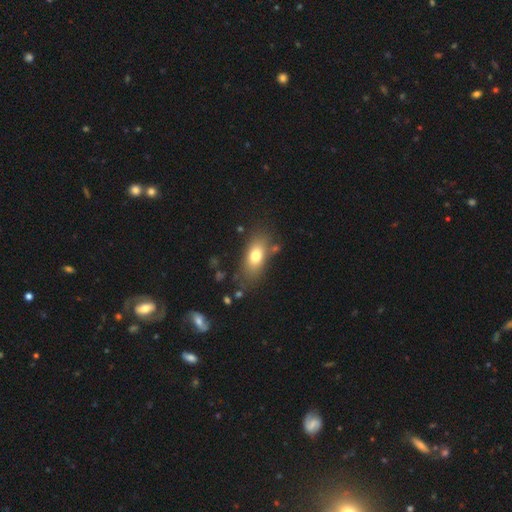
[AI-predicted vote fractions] A smooth galaxy with no disk features (74%) that is in between round and cigar-shaped (84%).

Vote fractions:
- Smooth or featured? smooth: 74% / featured or disk: 17% / star or artifact: 9%
- How rounded? in between: 84% / round: 8% / cigar-shaped: 7%
- Merging? none: 74% / minor disturbance: 16% / major disturbance: 6% / merger: 4%